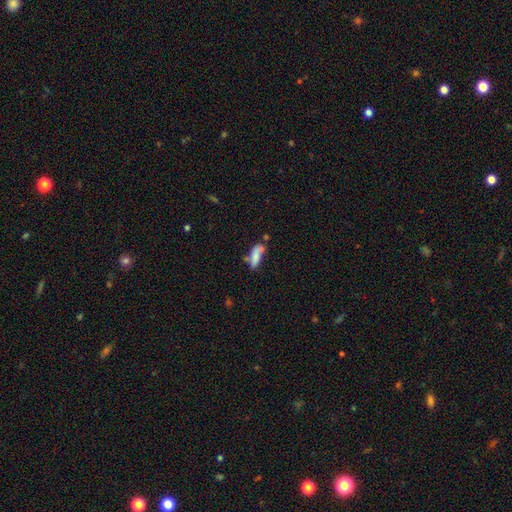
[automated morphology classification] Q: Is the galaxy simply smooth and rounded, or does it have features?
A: smooth — 71%.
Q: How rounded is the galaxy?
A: in between — 65%.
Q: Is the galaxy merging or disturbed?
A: none — 39%.